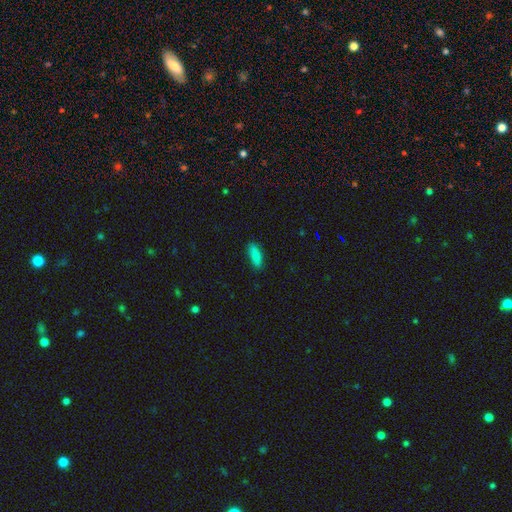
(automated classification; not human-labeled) Morphology: type=smooth (84%); roundness=in between (67%); merging=none (85%).